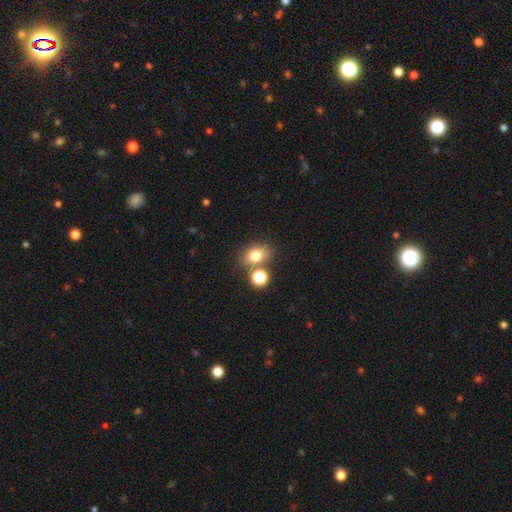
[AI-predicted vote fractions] A smooth galaxy with no disk features (77%) that is in between round and cigar-shaped (60%). Merging: none (65%).